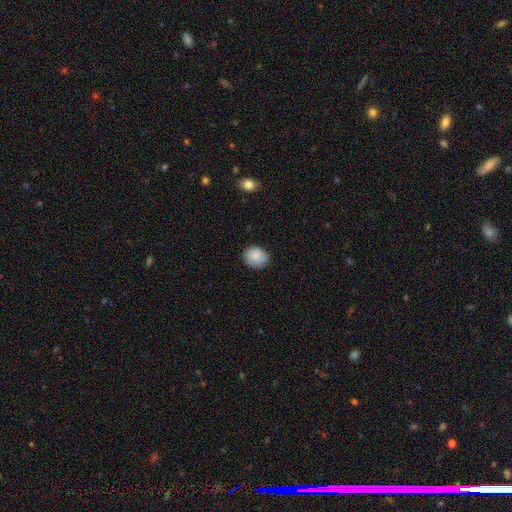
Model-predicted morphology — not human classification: smooth-or-featured: smooth: 85% | featured or disk: 8% | star or artifact: 7%
  how-rounded: round: 68% | in between: 31% | cigar-shaped: 1%
  merging: none: 80% | minor disturbance: 16% | major disturbance: 3% | merger: 1%